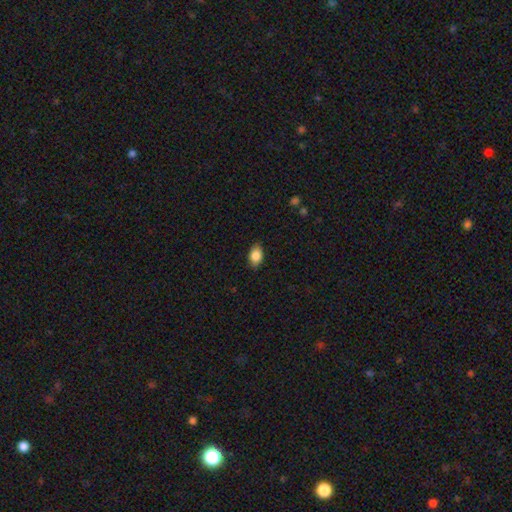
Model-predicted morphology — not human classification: The model was most divided on "how rounded": in between: 85%, round: 13%, cigar-shaped: 2%. More confident: smooth or featured — smooth (86%); merging — none (85%).